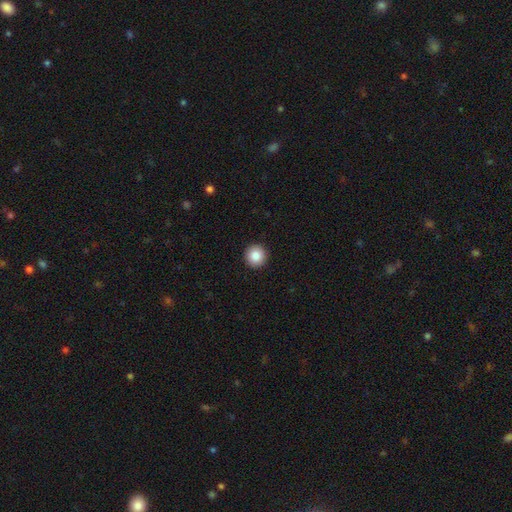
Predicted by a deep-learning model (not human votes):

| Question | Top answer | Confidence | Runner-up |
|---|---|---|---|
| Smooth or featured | smooth | 87% | star or artifact (9%) |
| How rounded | round | 95% | in between (4%) |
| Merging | none | 93% | minor disturbance (4%) |